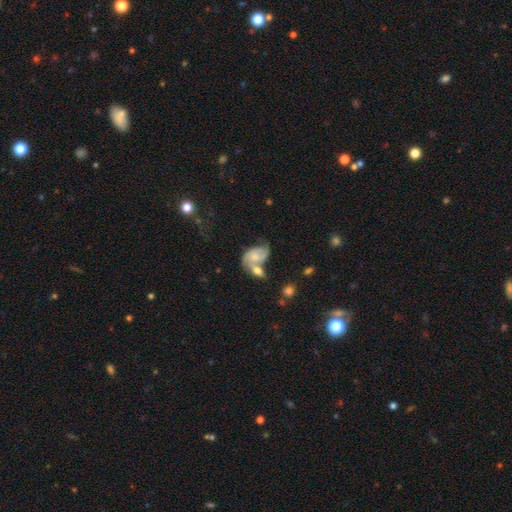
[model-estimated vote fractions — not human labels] Q: Smooth or featured?
A: featured or disk (63%); runner-up: smooth (29%)
Q: Edge-on disk?
A: no (97%); runner-up: yes (3%)
Q: Bar?
A: no (70%); runner-up: weak (25%)
Q: Spiral arms?
A: yes (86%); runner-up: no (14%)
Q: Spiral winding?
A: medium (46%); runner-up: loose (28%)
Q: Spiral arm count?
A: 2 (73%); runner-up: can't tell (12%)
Q: Bulge size?
A: moderate (41%); runner-up: small (36%)
Q: Merging?
A: merger (50%); runner-up: none (24%)